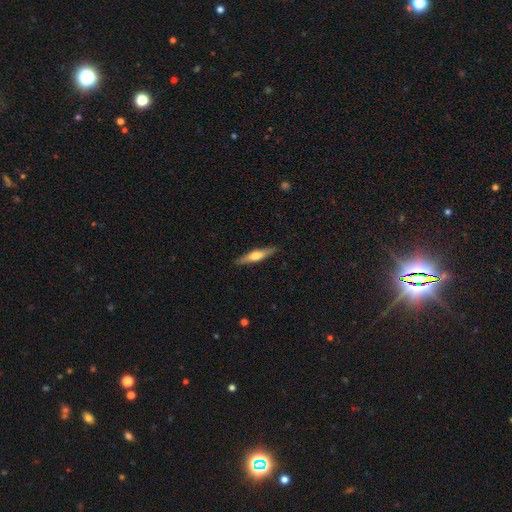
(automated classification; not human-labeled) Morphology: type=featured or disk (51%); edge-on=yes (94%); merging=none (88%).